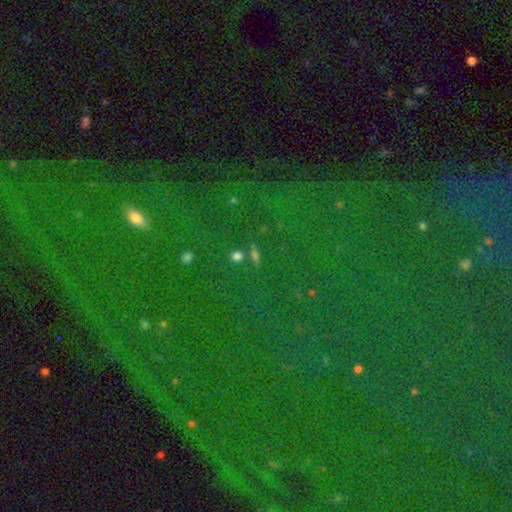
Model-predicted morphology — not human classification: Overall: star or artifact (57%; smooth 32%).